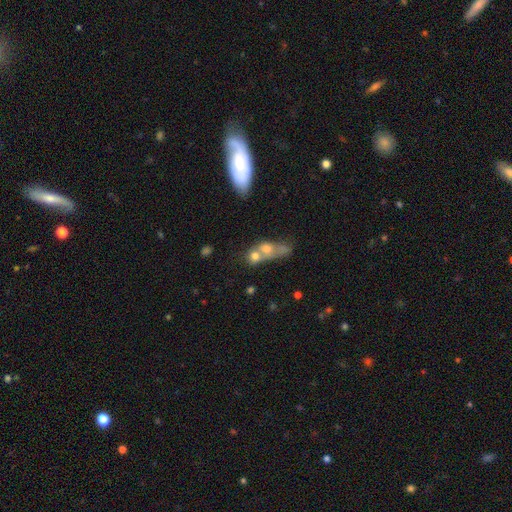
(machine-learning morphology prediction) The model was most divided on "how rounded": round: 52%, in between: 39%, cigar-shaped: 9%. More confident: merging — merger (68%); smooth or featured — smooth (61%).